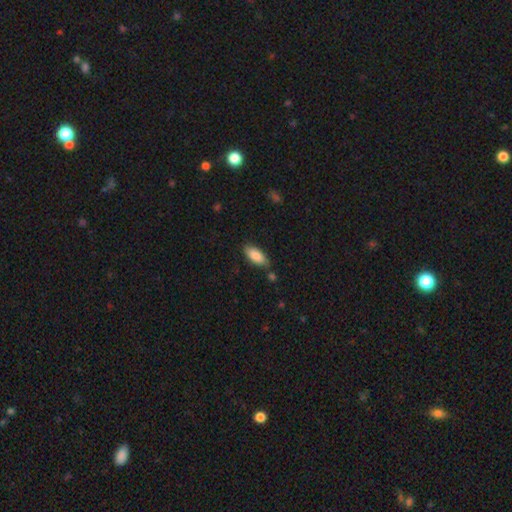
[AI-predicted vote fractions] smooth 86%, featured or disk 8%, star or artifact 6%. Down the decision tree: how rounded — in between (85%); merging — none (78%).